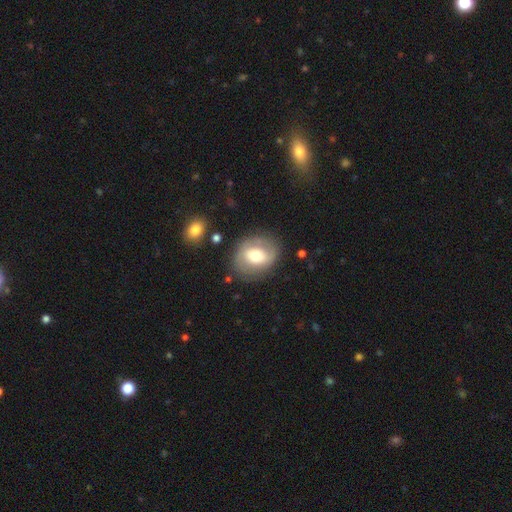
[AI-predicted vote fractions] This appears to be a smooth galaxy with no disk features (47%). Merging: none (77%).